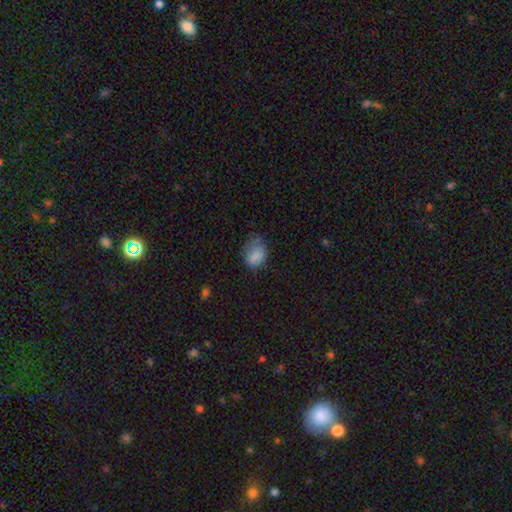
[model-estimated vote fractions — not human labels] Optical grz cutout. It shows a smooth galaxy with no disk features (80%) that is in between round and cigar-shaped (71%). Merging: none (44%).